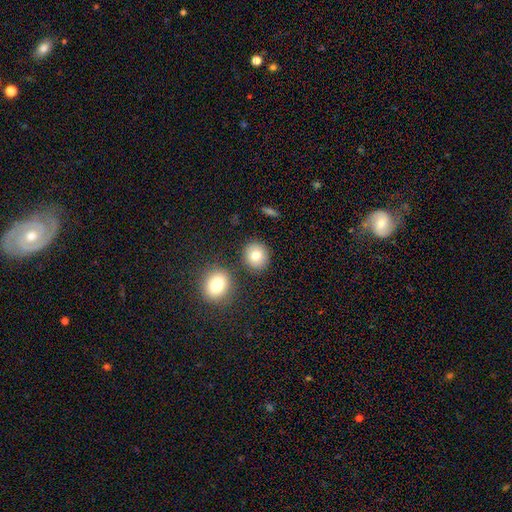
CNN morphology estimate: Smooth or featured? smooth (80%)
How rounded? round (84%)
Merging? none (81%)